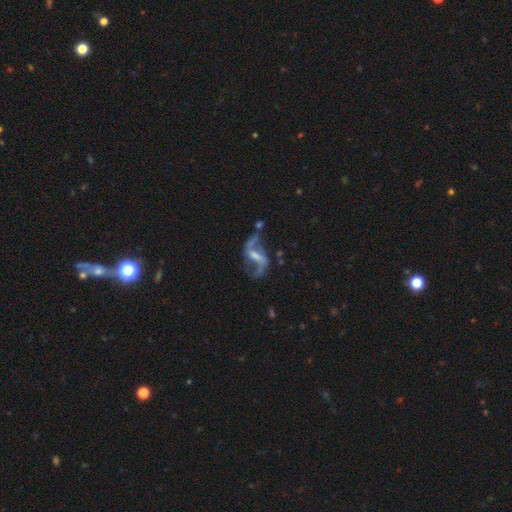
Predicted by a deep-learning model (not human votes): This is clearly a featured or disk galaxy (85%). It is clearly not viewed edge-on (96%). Bar: marginally weak (45%). Spiral arm pattern: clearly yes (92%). Spiral arm count: clearly 2 (90%). Spiral winding: likely loose (76%). Central bulge: marginally small (39%). Merging: possibly none (56%).